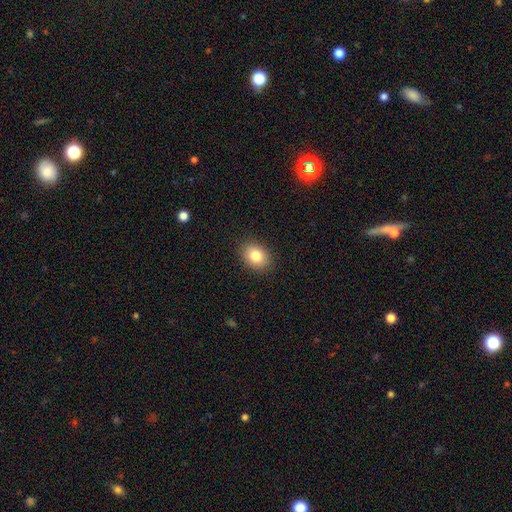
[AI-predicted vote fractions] smooth-or-featured: smooth: 83% | star or artifact: 9% | featured or disk: 8%
  how-rounded: in between: 67% | round: 32% | cigar-shaped: 1%
  merging: none: 89% | minor disturbance: 8% | major disturbance: 2% | merger: 1%